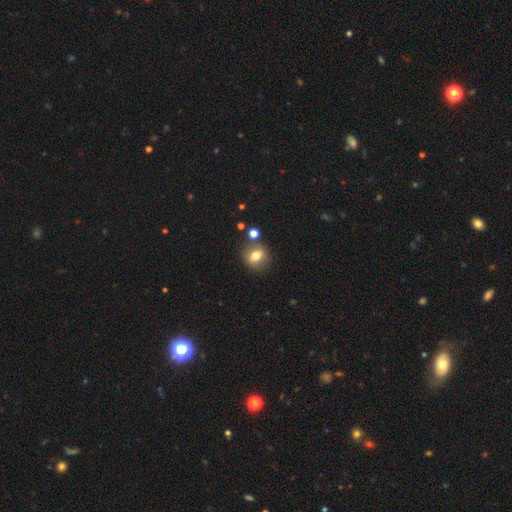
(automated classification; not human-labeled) smooth 71%, featured or disk 19%, star or artifact 10%. Down the decision tree: how rounded — round (68%); merging — none (76%).